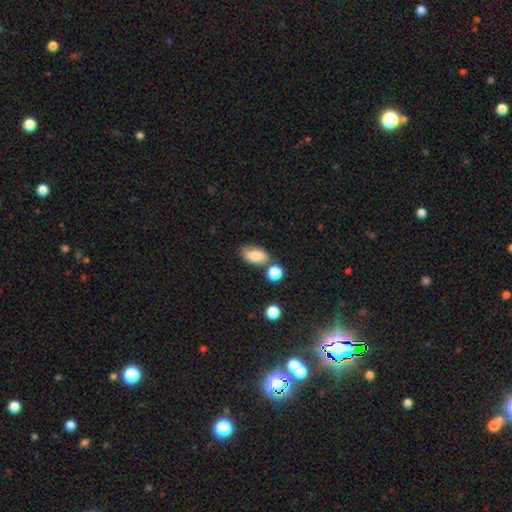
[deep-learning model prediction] Smooth or featured? Predicted: smooth (p=0.80). How rounded? Predicted: in between (p=0.88). Merging? Predicted: none (p=0.65).